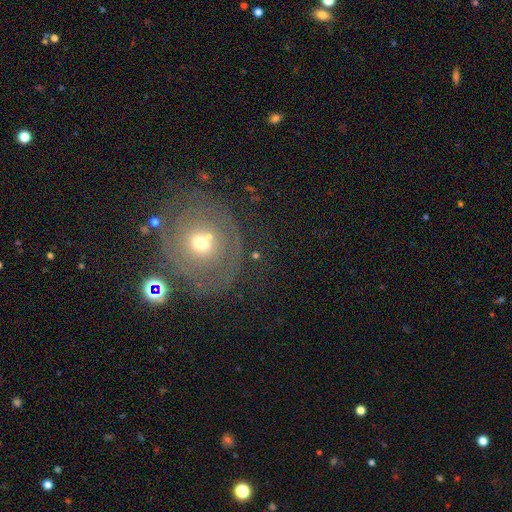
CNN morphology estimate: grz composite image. It shows a featured or disk galaxy (46%). Merging: none (68%).